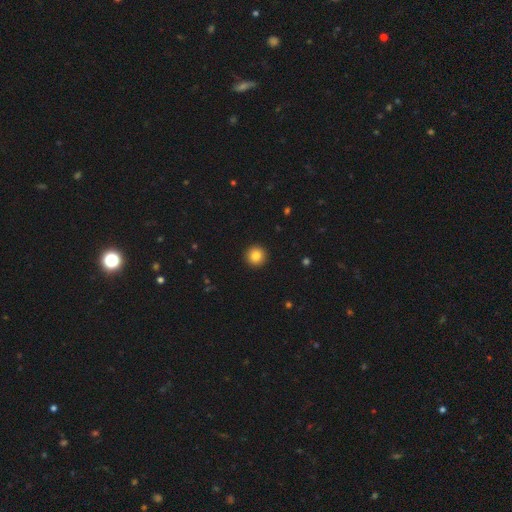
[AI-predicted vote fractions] Morphology: type=smooth (84%); roundness=round (96%); merging=none (94%).